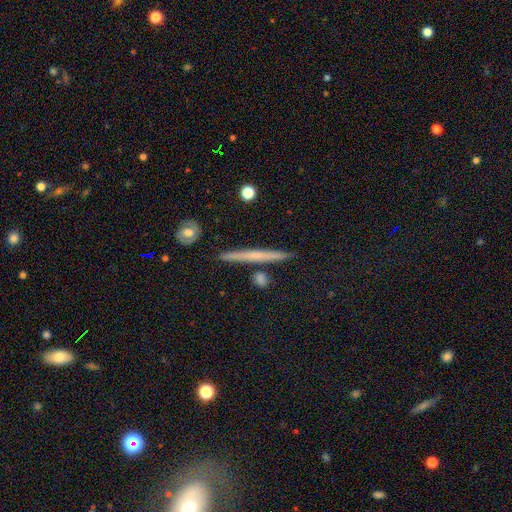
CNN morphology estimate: This appears to be a featured or disk galaxy (47%). Merging: none (88%).